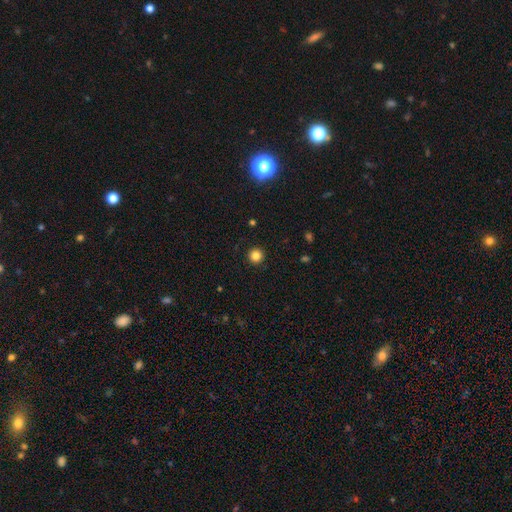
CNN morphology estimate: smooth_or_featured: smooth (p=0.83) [alt: star or artifact p=0.12]
how_rounded: round (p=0.96) [alt: in between p=0.03]
merging: none (p=0.93) [alt: minor disturbance p=0.04]